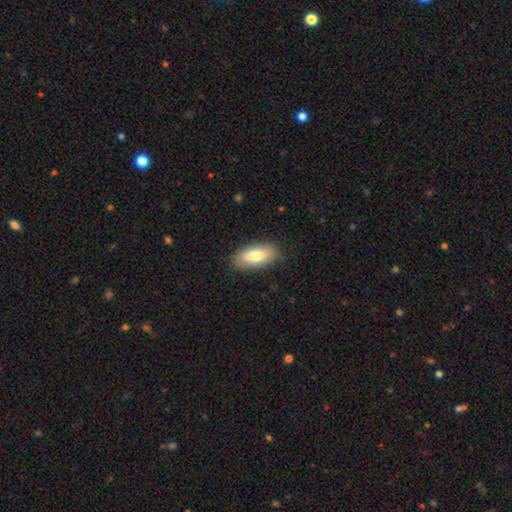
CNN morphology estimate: smooth_or_featured: smooth (p=0.80) [alt: featured or disk p=0.14]
how_rounded: in between (p=0.87) [alt: cigar-shaped p=0.11]
merging: none (p=0.84) [alt: minor disturbance p=0.12]